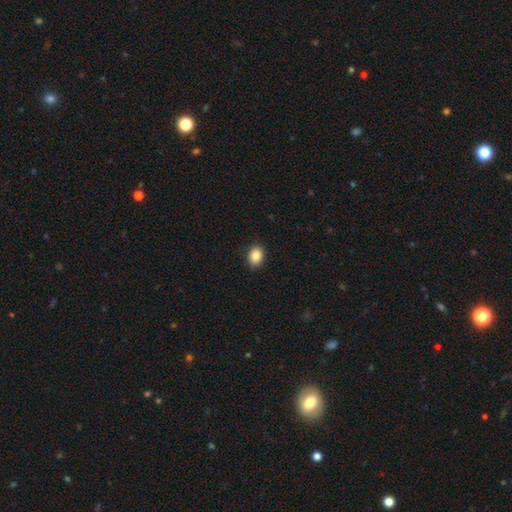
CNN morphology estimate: A smooth galaxy with no disk features (88%) that is in between round and cigar-shaped (56%).

Vote fractions:
- Smooth or featured? smooth: 88% / star or artifact: 9% / featured or disk: 4%
- How rounded? in between: 56% / round: 43% / cigar-shaped: 1%
- Merging? none: 90% / minor disturbance: 7% / major disturbance: 2% / merger: 1%